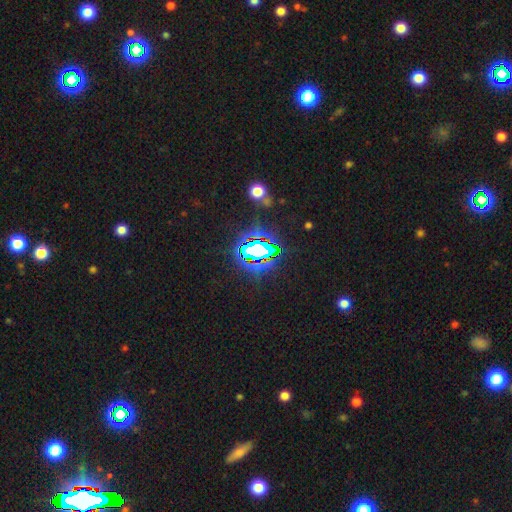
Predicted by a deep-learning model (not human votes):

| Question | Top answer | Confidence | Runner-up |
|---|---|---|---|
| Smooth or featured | star or artifact | 72% | smooth (15%) |